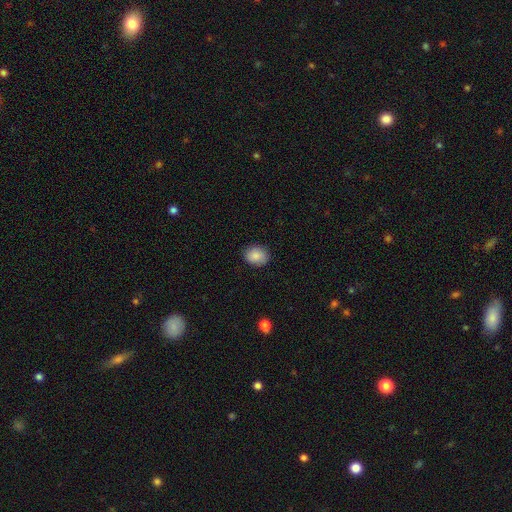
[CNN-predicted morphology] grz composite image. It shows a smooth galaxy with no disk features (87%) that is round (53%). Merging: none (86%).